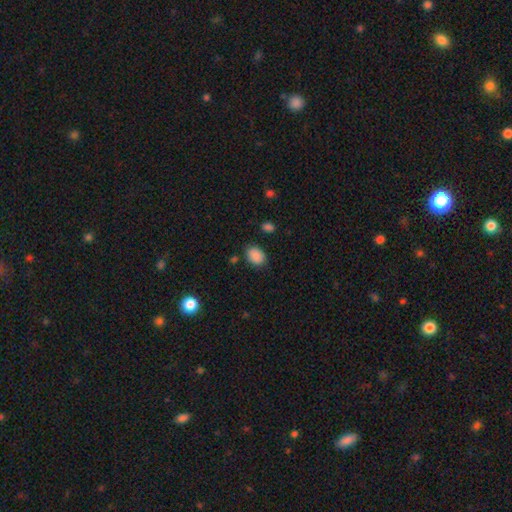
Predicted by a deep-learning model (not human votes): Smooth or featured? Predicted: smooth (p=0.88). How rounded? Predicted: in between (p=0.70). Merging? Predicted: none (p=0.82).